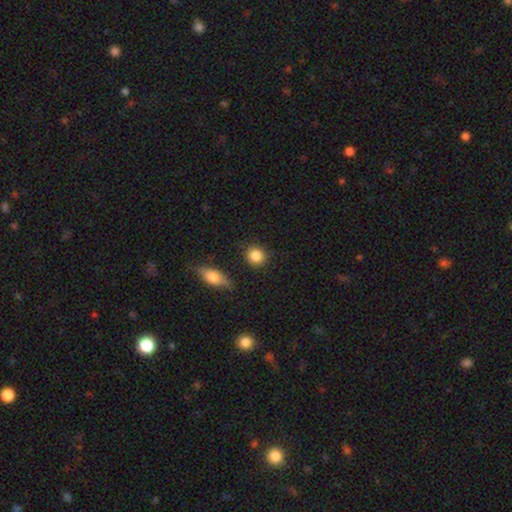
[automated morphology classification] Overall: smooth (86%). How rounded: round (81%). Merging: none (86%).